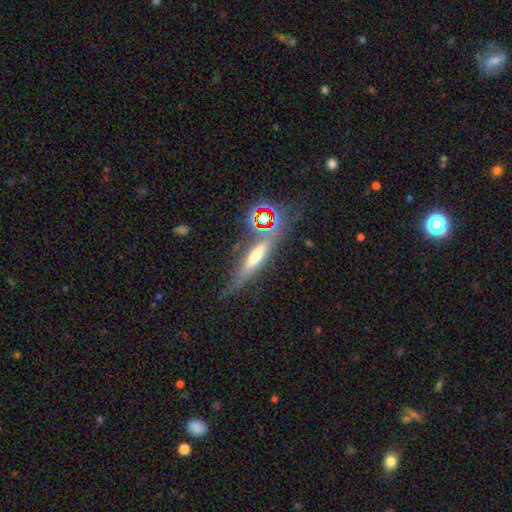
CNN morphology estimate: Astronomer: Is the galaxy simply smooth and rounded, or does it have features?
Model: featured or disk — 46% (runner-up: smooth, 35%).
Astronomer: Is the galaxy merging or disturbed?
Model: none — 66%.